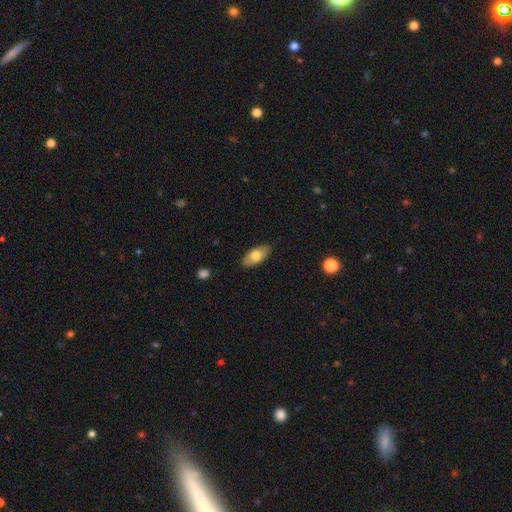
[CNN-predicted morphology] smooth_or_featured: smooth (p=0.73) [alt: featured or disk p=0.20]
how_rounded: in between (p=0.88) [alt: cigar-shaped p=0.09]
merging: none (p=0.84) [alt: minor disturbance p=0.12]